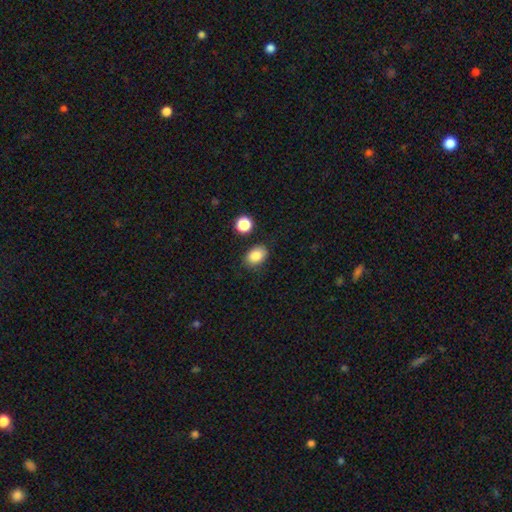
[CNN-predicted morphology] The model was most divided on "how rounded": in between: 78%, round: 21%, cigar-shaped: 1%. More confident: smooth or featured — smooth (85%); merging — none (82%).